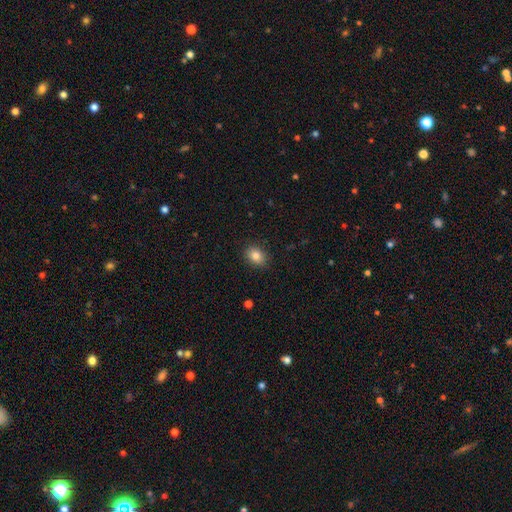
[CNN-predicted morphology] Smooth or featured? smooth (84%)
How rounded? in between (63%)
Merging? none (88%)